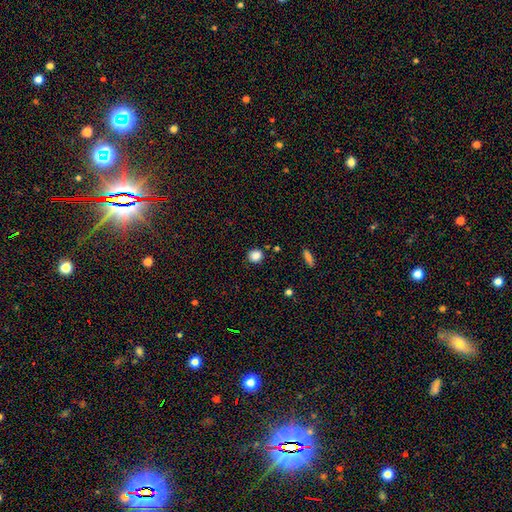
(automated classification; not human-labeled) Smooth or featured? Predicted: smooth (p=0.86). How rounded? Predicted: round (p=0.85). Merging? Predicted: none (p=0.87).